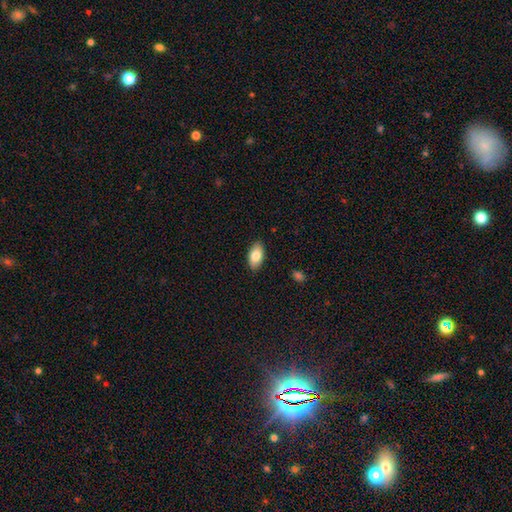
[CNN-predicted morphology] smooth-or-featured: smooth: 82% | featured or disk: 12% | star or artifact: 6%
  how-rounded: in between: 94% | round: 4% | cigar-shaped: 3%
  merging: none: 87% | minor disturbance: 10% | major disturbance: 2% | merger: 1%